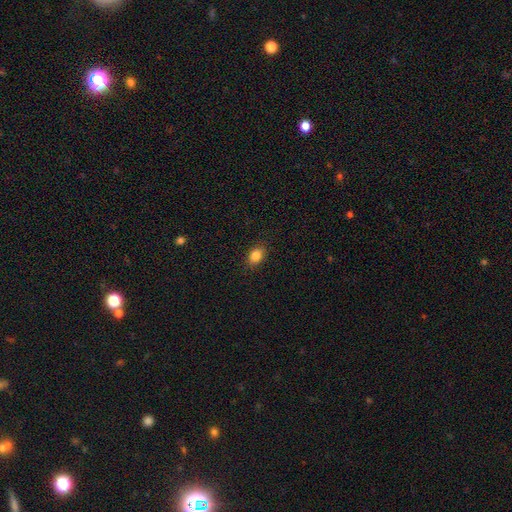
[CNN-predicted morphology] Smooth or featured? smooth (85%)
How rounded? in between (72%)
Merging? none (88%)